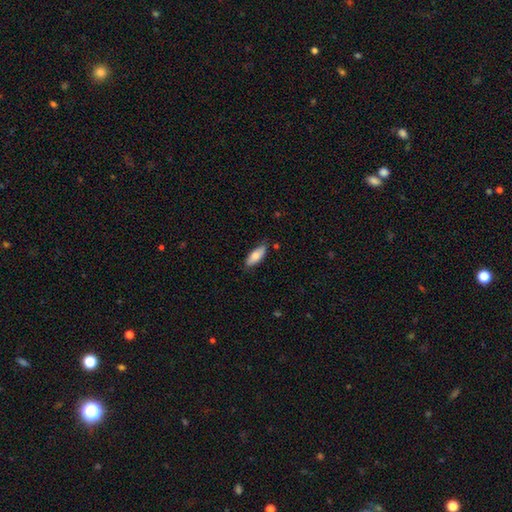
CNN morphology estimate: This appears to be a smooth galaxy with no disk features (77%) that is in between round and cigar-shaped (70%). Merging: none (80%).